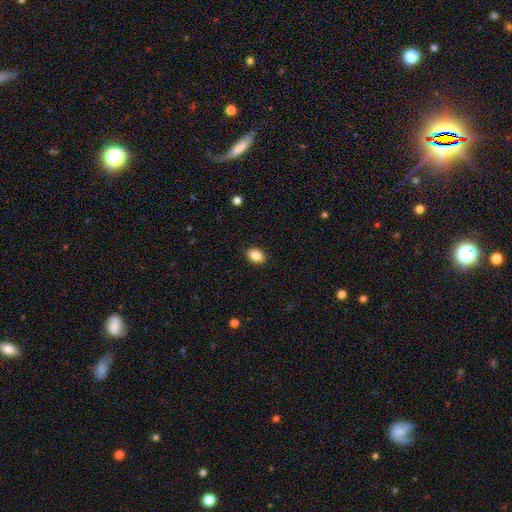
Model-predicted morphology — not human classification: Smooth or featured? smooth (86%)
How rounded? in between (70%)
Merging? none (89%)